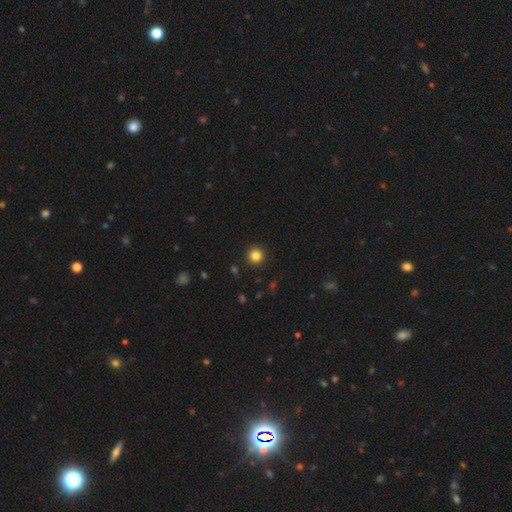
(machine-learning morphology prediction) The model was most divided on "smooth or featured": smooth: 84%, star or artifact: 12%, featured or disk: 4%. More confident: how rounded — round (95%); merging — none (92%).